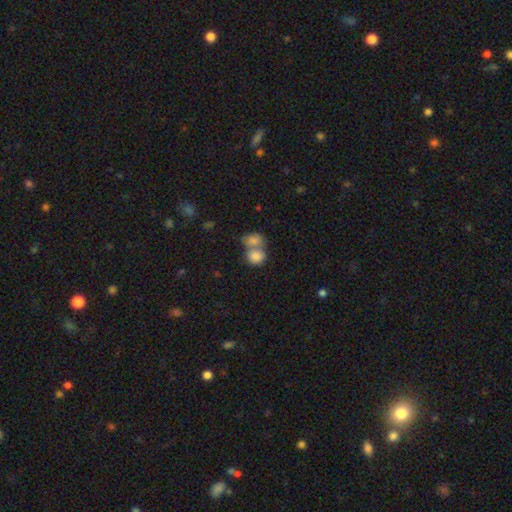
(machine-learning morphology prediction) Smooth or featured?
  - smooth: 83% *
  - featured or disk: 9%
  - star or artifact: 8%
How rounded?
  - round: 58% *
  - in between: 41%
  - cigar-shaped: 1%
Merging?
  - merger: 64% *
  - none: 25%
  - minor disturbance: 7%
  - major disturbance: 4%